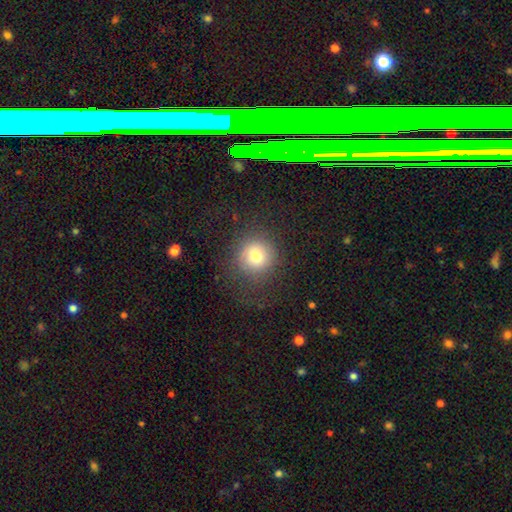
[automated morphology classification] A smooth galaxy with no disk features (73%) that is round (92%). Merging: none (79%).